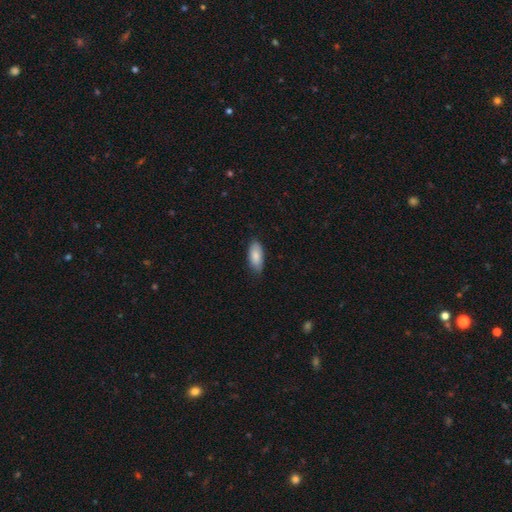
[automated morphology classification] This is clearly a smooth galaxy (84%). How rounded: clearly in between (87%). Merging: likely none (77%).